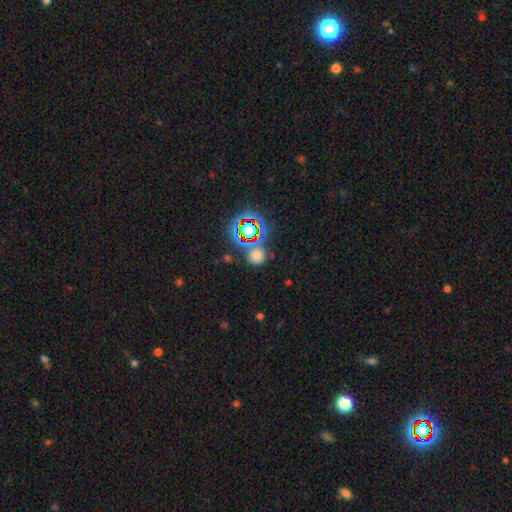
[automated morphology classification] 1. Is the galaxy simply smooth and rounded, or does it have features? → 61% smooth, 31% star or artifact, 8% featured or disk.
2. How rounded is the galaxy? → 88% round, 10% in between, 1% cigar-shaped.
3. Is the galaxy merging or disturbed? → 70% none, 13% merger, 12% minor disturbance, 5% major disturbance.